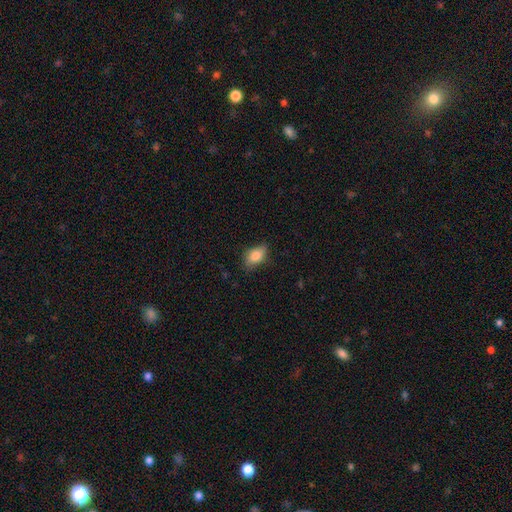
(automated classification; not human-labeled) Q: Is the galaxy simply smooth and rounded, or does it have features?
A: smooth — 82%.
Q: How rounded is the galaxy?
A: in between — 86%.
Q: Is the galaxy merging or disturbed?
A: none — 73%.